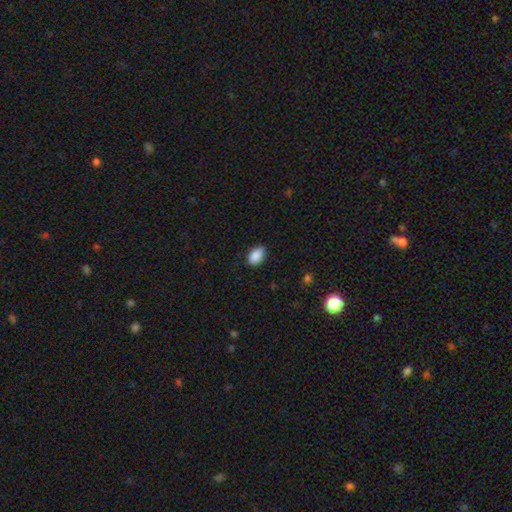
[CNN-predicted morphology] A smooth galaxy with no disk features (90%) that is in between round and cigar-shaped (91%). Merging: none (85%).